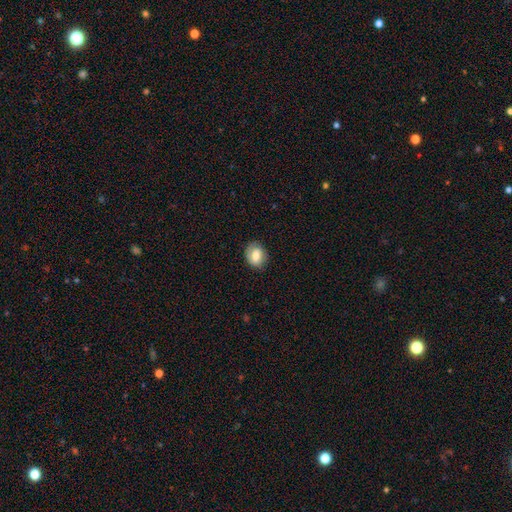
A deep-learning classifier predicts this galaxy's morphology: The model was most divided on "how rounded": round: 53%, in between: 46%, cigar-shaped: 1%. More confident: merging — none (77%); smooth or featured — smooth (64%).